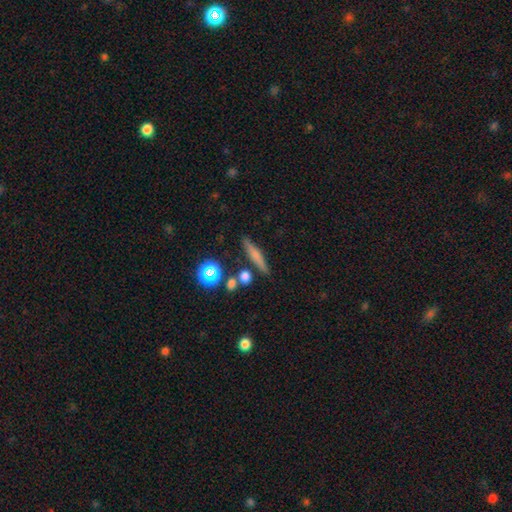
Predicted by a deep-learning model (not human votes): smooth_or_featured: smooth (p=0.59) [alt: featured or disk p=0.30]
how_rounded: cigar-shaped (p=0.82) [alt: in between p=0.10]
merging: none (p=0.81) [alt: minor disturbance p=0.10]